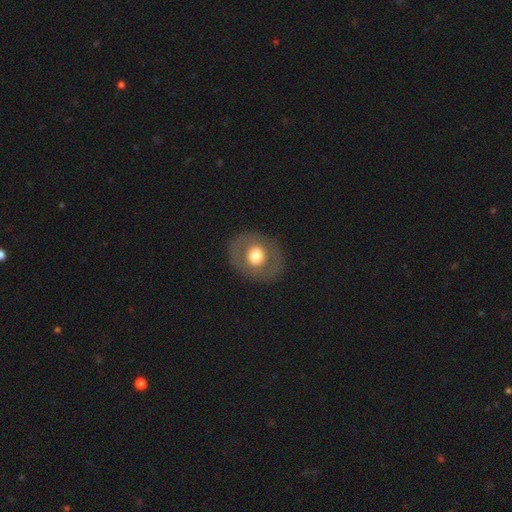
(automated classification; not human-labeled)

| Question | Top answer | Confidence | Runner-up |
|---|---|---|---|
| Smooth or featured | smooth | 57% | featured or disk (36%) |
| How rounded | round | 69% | in between (30%) |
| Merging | none | 85% | minor disturbance (9%) |